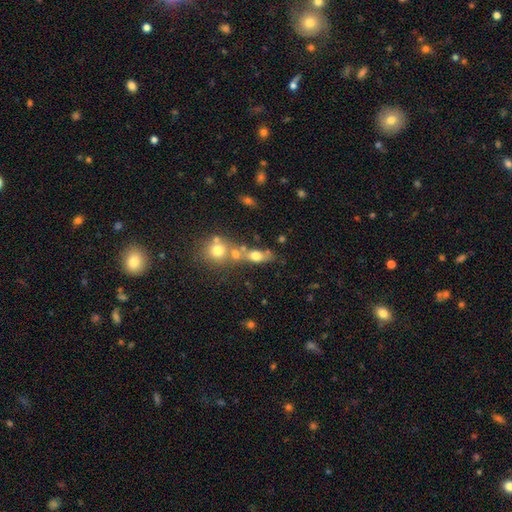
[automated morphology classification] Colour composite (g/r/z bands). It shows a smooth galaxy with no disk features (63%) that is in between round and cigar-shaped (56%). Merging: none (42%).